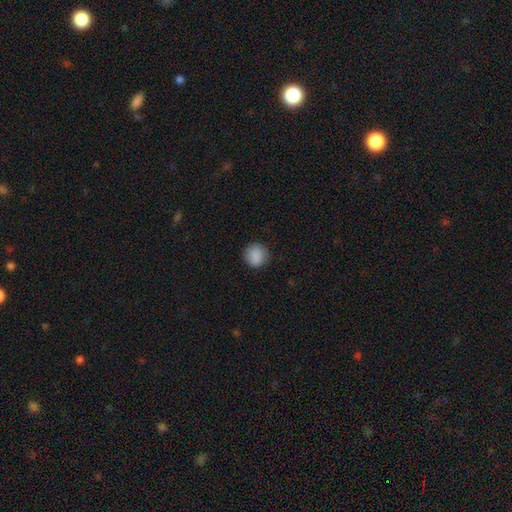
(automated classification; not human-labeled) Smooth or featured? smooth (88%)
How rounded? round (90%)
Merging? none (88%)